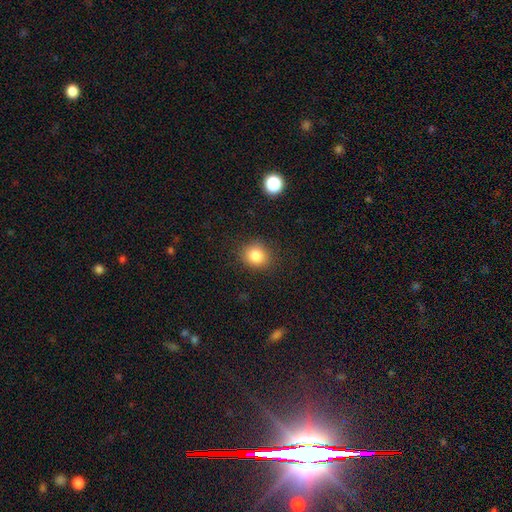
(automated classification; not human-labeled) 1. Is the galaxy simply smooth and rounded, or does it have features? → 84% smooth, 11% star or artifact, 6% featured or disk.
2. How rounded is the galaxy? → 79% round, 20% in between, 1% cigar-shaped.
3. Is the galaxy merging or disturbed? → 87% none, 9% minor disturbance, 3% major disturbance, 1% merger.